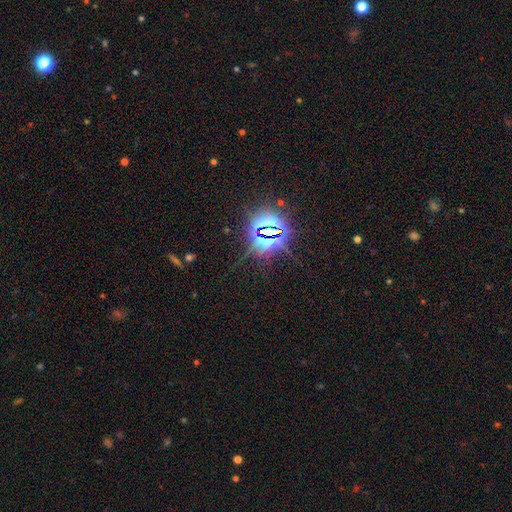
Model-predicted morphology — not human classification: Smooth or featured?
  - star or artifact: 85% *
  - smooth: 8%
  - featured or disk: 7%